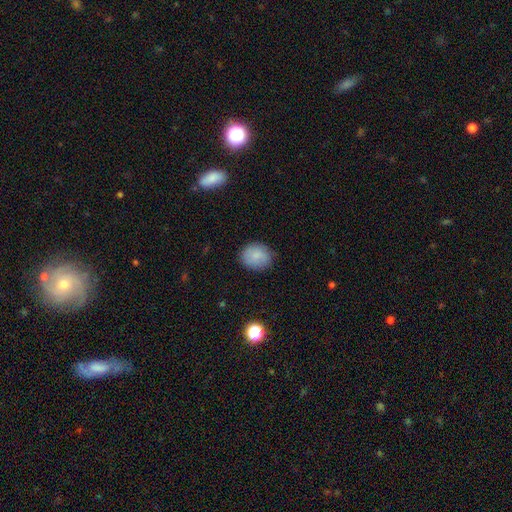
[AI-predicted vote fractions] The model was most divided on "how rounded": round: 65%, in between: 34%, cigar-shaped: 1%. More confident: smooth or featured — smooth (84%); merging — none (83%).